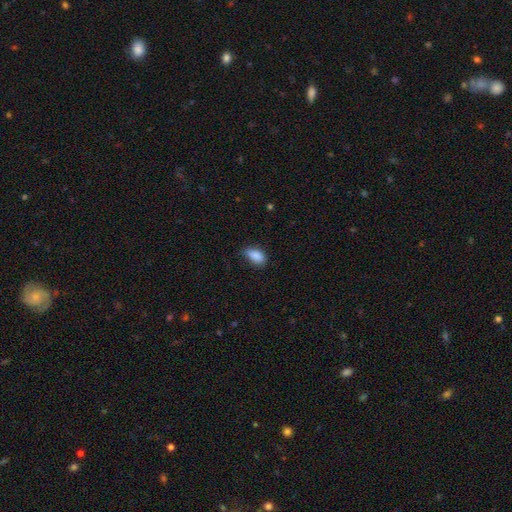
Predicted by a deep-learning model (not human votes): smooth-or-featured: smooth: 88% | star or artifact: 8% | featured or disk: 4%
  how-rounded: in between: 90% | cigar-shaped: 6% | round: 4%
  merging: none: 65% | minor disturbance: 29% | major disturbance: 5% | merger: 1%